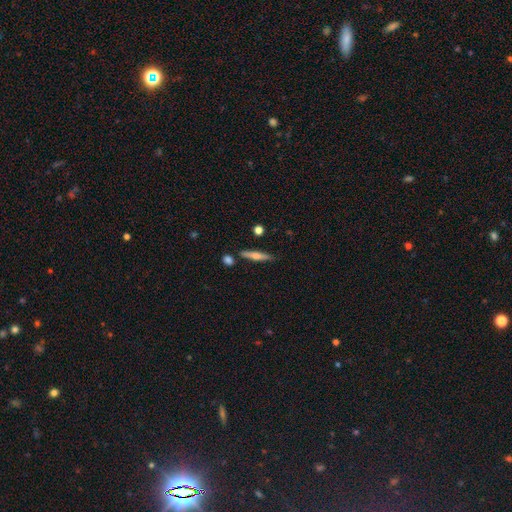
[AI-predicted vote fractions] Q: Smooth or featured?
A: featured or disk (50%); runner-up: smooth (43%)
Q: Edge-on disk?
A: yes (95%); runner-up: no (5%)
Q: Merging?
A: none (83%); runner-up: minor disturbance (10%)